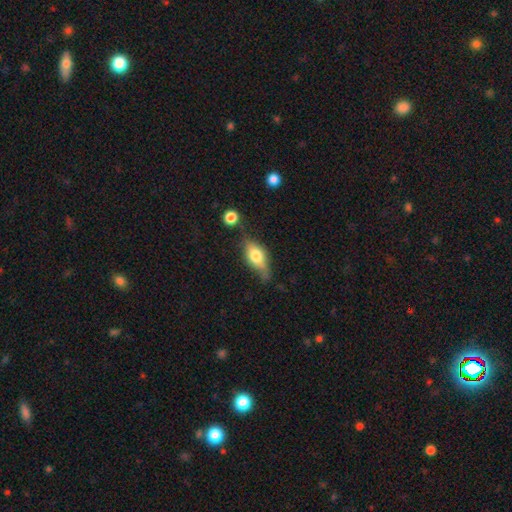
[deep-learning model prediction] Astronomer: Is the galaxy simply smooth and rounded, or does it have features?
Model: smooth — 56% (runner-up: featured or disk, 36%).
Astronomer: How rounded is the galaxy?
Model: in between — 76%.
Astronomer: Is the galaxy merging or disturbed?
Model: none — 52% (runner-up: minor disturbance, 31%).